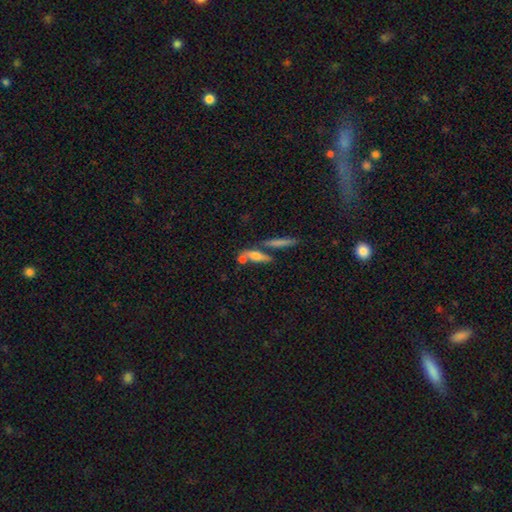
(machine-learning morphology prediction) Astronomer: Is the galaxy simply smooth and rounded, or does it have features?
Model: smooth — 56% (runner-up: featured or disk, 34%).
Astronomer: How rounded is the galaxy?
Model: cigar-shaped — 58% (runner-up: in between, 36%).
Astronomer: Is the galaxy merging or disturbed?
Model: none — 48% (runner-up: merger, 32%).